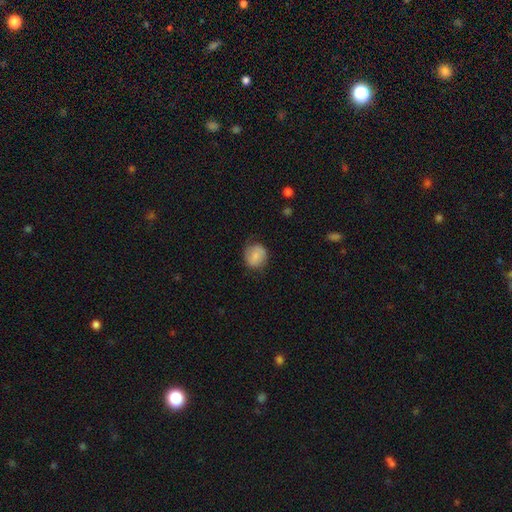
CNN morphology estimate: Smooth or featured? Predicted: smooth (p=0.74). How rounded? Predicted: round (p=0.80). Merging? Predicted: none (p=0.74).